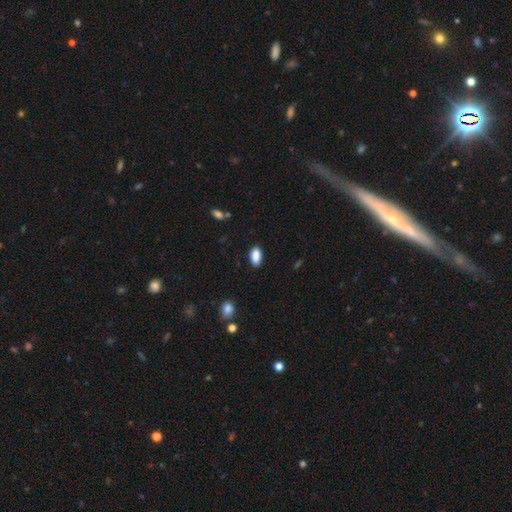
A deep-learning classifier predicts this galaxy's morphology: type=smooth (88%); roundness=in between (91%); merging=none (85%).